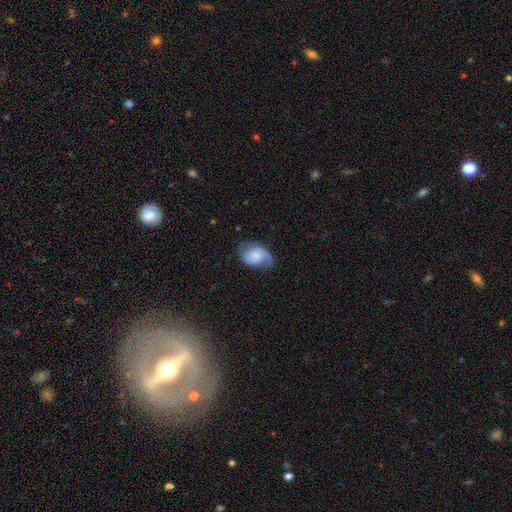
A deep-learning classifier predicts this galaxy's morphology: Smooth or featured? Predicted: featured or disk (p=0.74). Edge-on disk? Predicted: no (p=0.97). Bar? Predicted: no (p=0.60). Spiral arms? Predicted: yes (p=0.94). Spiral winding? Predicted: medium (p=0.48). Spiral arm count? Predicted: 2 (p=0.77). Bulge size? Predicted: small (p=0.37). Merging? Predicted: none (p=0.62).